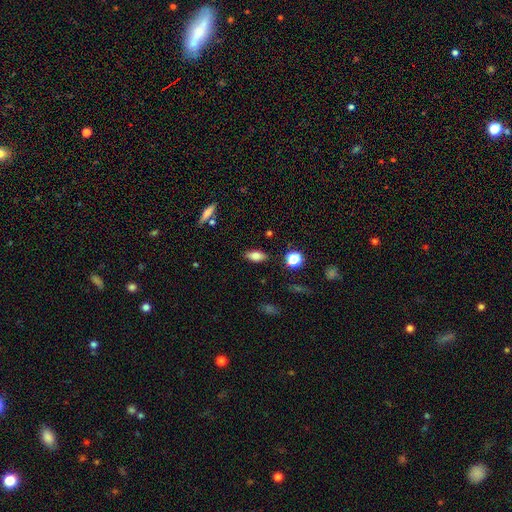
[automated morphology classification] smooth 77%, featured or disk 12%, star or artifact 11%. Down the decision tree: how rounded — in between (83%); merging — none (85%).